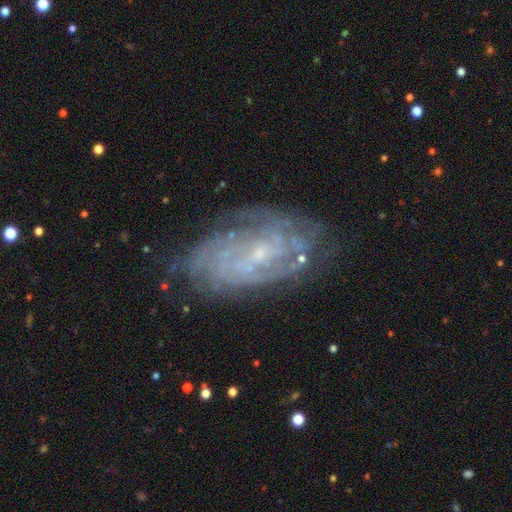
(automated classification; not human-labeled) smooth-or-featured: featured or disk: 78% | smooth: 13% | star or artifact: 9%
  disk-edge-on: no: 95% | yes: 5%
    bar: no: 48% | weak: 41% | strong: 11%
    has-spiral-arms: yes: 85% | no: 15%
      spiral-winding: tight: 65% | medium: 26% | loose: 9%
      spiral-arm-count: can't tell: 54% | 2: 14% | 4: 10% | 3: 10% | more than 4: 8% | 1: 5%
    bulge-size: small: 76% | moderate: 13% | none: 9% | large: 1% | dominant: 1%
  merging: none: 73% | minor disturbance: 18% | major disturbance: 7% | merger: 2%